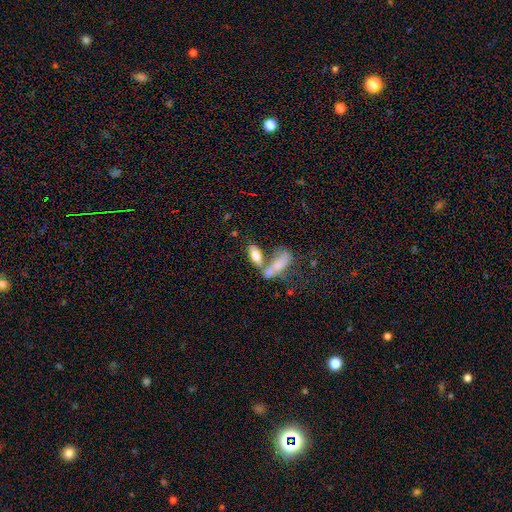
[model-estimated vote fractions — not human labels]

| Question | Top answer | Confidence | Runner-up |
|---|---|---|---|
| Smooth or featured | smooth | 72% | featured or disk (20%) |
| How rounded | in between | 77% | cigar-shaped (20%) |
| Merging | merger | 53% | none (32%) |